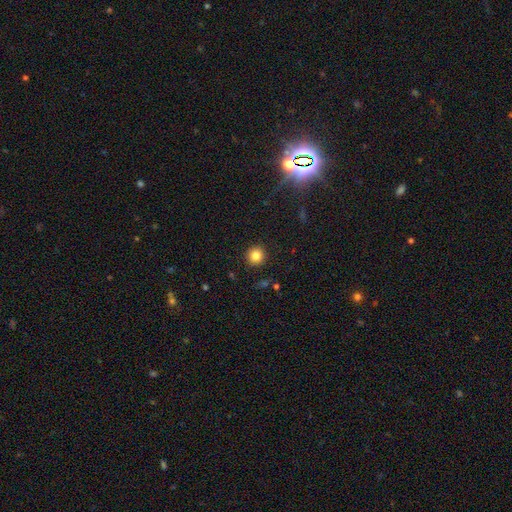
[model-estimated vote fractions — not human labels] smooth 84%, star or artifact 11%, featured or disk 5%. Down the decision tree: how rounded — round (94%); merging — none (92%).